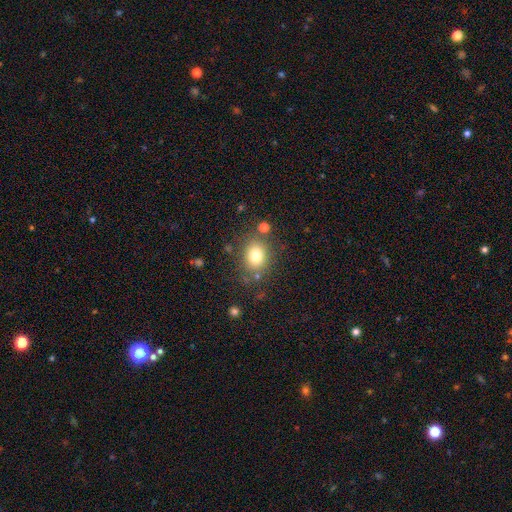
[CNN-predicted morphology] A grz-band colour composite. It shows a smooth galaxy with no disk features (78%) that is round (54%). Merging: none (77%).